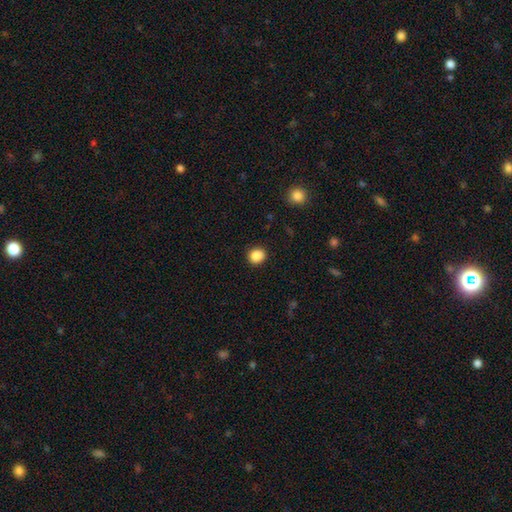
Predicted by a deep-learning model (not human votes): smooth_or_featured: smooth (p=0.87) [alt: star or artifact p=0.10]
how_rounded: round (p=0.78) [alt: in between p=0.21]
merging: none (p=0.89) [alt: minor disturbance p=0.08]